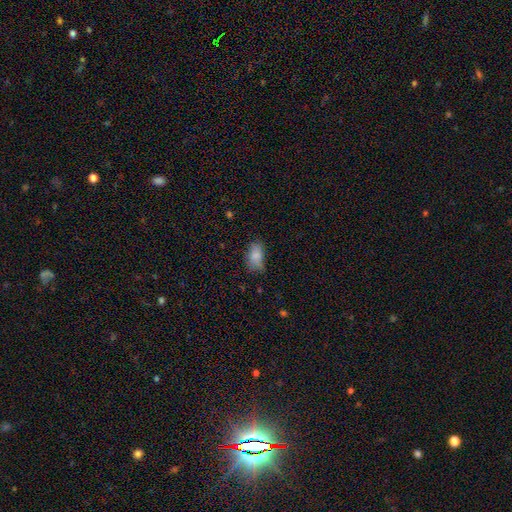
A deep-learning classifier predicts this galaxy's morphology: Smooth or featured?
  - smooth: 82% *
  - featured or disk: 9%
  - star or artifact: 9%
How rounded?
  - in between: 91% *
  - round: 6%
  - cigar-shaped: 3%
Merging?
  - none: 59% *
  - minor disturbance: 31%
  - major disturbance: 8%
  - merger: 2%